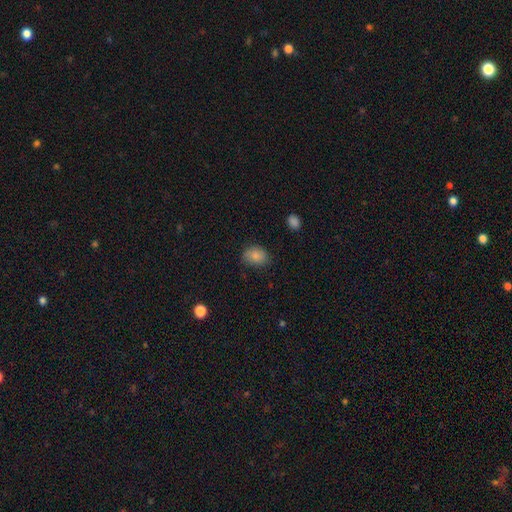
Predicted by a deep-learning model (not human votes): A smooth galaxy with no disk features (83%) that is in between round and cigar-shaped (64%). Merging: none (75%).